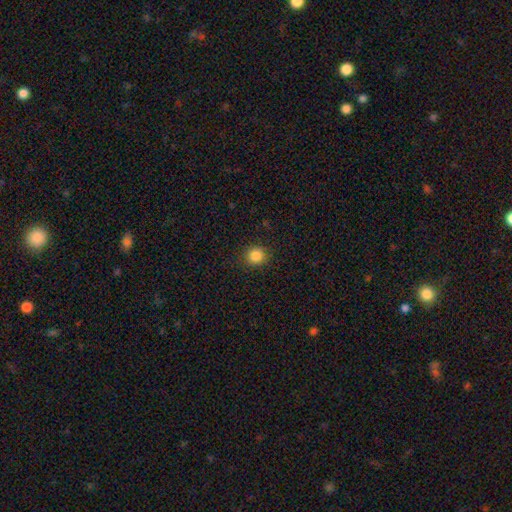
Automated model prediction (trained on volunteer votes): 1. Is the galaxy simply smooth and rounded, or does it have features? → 85% smooth, 11% star or artifact, 4% featured or disk.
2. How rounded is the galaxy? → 90% round, 9% in between, 1% cigar-shaped.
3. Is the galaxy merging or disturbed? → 90% none, 7% minor disturbance, 2% major disturbance, 1% merger.